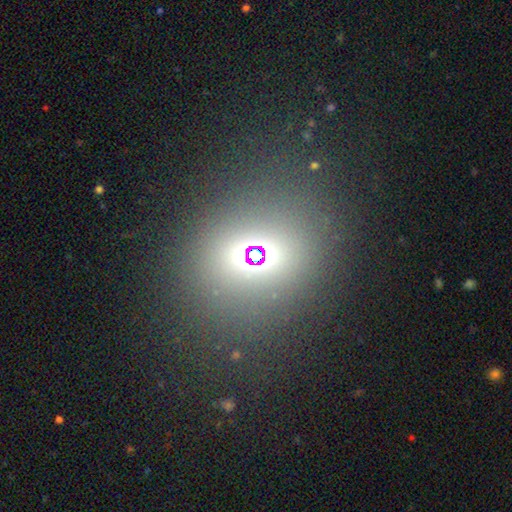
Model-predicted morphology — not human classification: A star or artifact, not a galaxy (45%).

Vote fractions:
- Smooth or featured? star or artifact: 45% / smooth: 43% / featured or disk: 12%